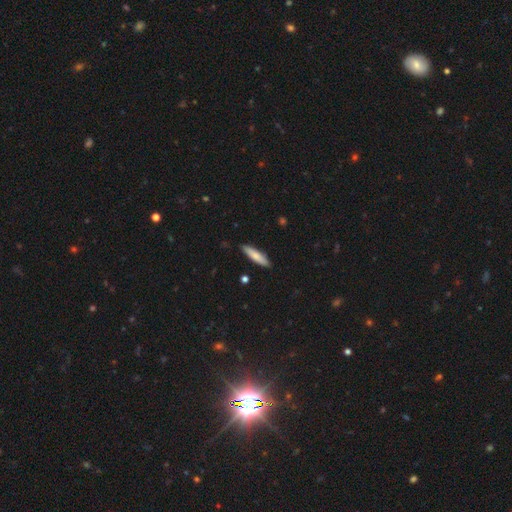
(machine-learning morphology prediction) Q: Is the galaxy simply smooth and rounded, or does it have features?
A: smooth — 76%.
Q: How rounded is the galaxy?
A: cigar-shaped — 78%.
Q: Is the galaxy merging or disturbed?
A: none — 89%.